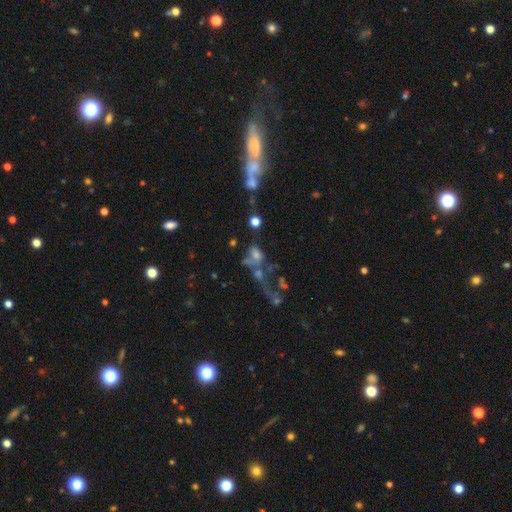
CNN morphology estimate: Smooth or featured? smooth (47%)
Merging? merger (43%)